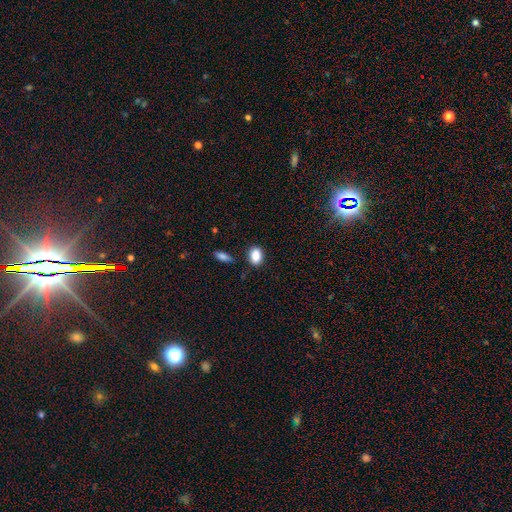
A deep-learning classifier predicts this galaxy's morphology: A smooth galaxy with no disk features (87%) that is in between round and cigar-shaped (77%).

Vote fractions:
- Smooth or featured? smooth: 87% / star or artifact: 8% / featured or disk: 4%
- How rounded? in between: 77% / round: 21% / cigar-shaped: 2%
- Merging? none: 81% / minor disturbance: 12% / merger: 4% / major disturbance: 3%